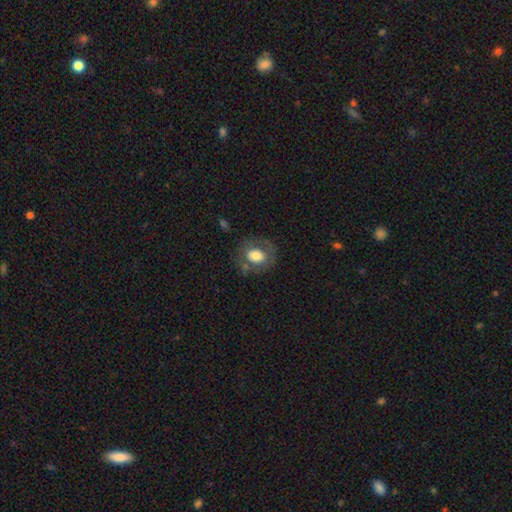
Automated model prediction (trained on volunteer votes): Smooth or featured: smooth — 67% (featured or disk — 25%)
How rounded: round — 55% (in between — 44%)
Merging: none — 68% (minor disturbance — 18%)